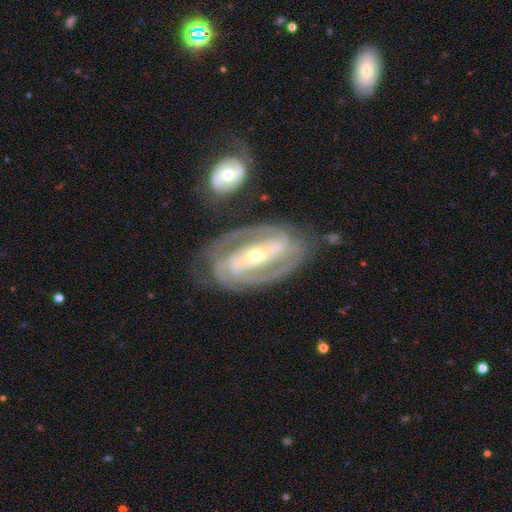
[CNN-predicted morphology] featured or disk 90%, smooth 5%, star or artifact 5%. Down the decision tree: edge-on disk — no (95%); bar — strong (61%); spiral arms — yes (96%); spiral arm count — 2 (75%); spiral winding — tight (53%); bulge size — small (60%); merging — none (73%).